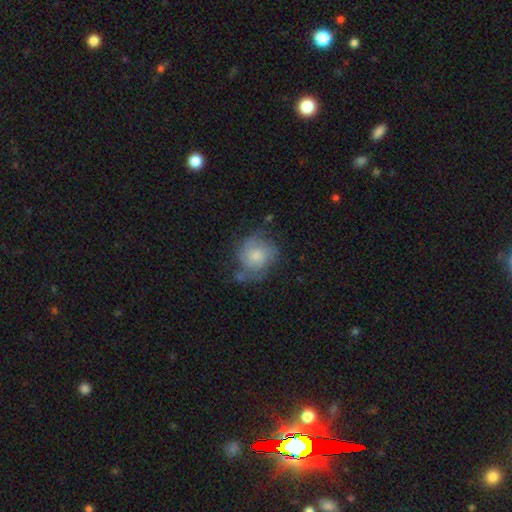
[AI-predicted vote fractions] This is possibly a smooth galaxy (51%). How rounded: likely round (75%). Merging: possibly none (49%).